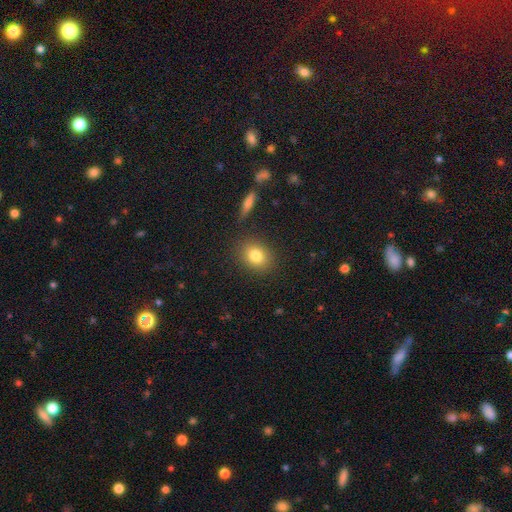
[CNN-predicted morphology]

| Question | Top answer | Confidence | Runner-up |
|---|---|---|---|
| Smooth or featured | smooth | 81% | star or artifact (10%) |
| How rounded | round | 54% | in between (45%) |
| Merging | none | 86% | minor disturbance (9%) |